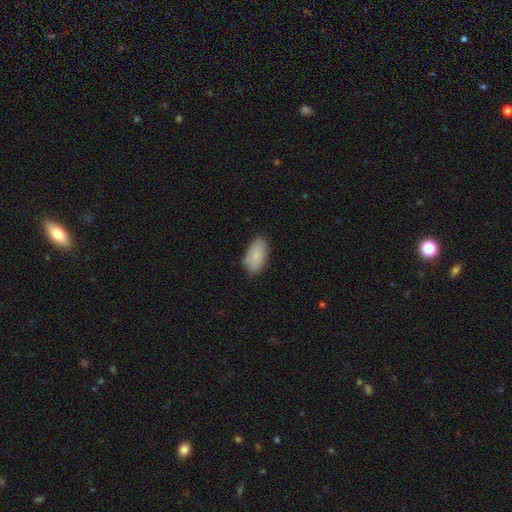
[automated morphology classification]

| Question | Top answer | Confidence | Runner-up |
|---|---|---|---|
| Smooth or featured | smooth | 84% | featured or disk (10%) |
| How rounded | in between | 94% | round (4%) |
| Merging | none | 82% | minor disturbance (14%) |